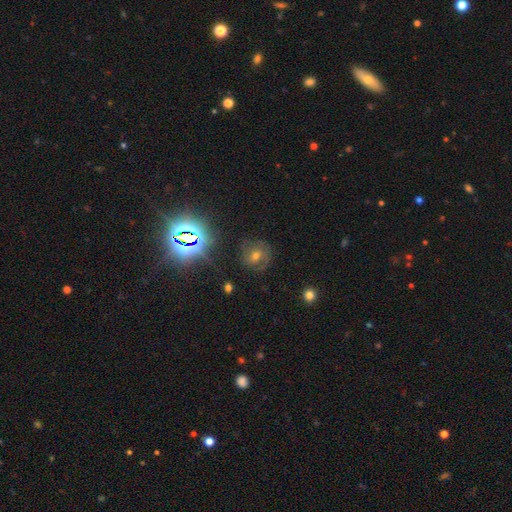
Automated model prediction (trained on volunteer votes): Morphology: type=featured or disk (50%); edge-on=no (96%); merging=none (74%).